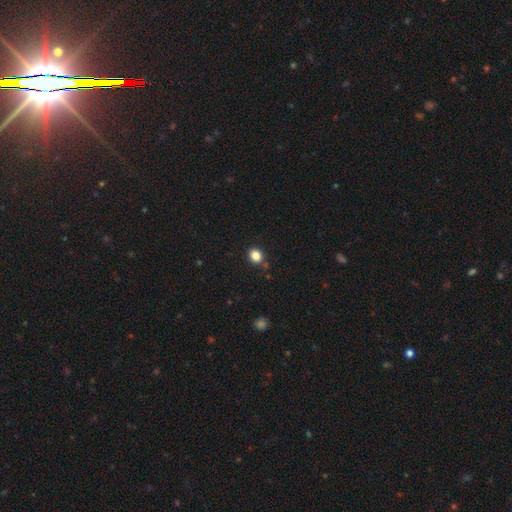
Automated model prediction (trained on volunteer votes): Smooth or featured? smooth (85%)
How rounded? round (63%)
Merging? none (83%)